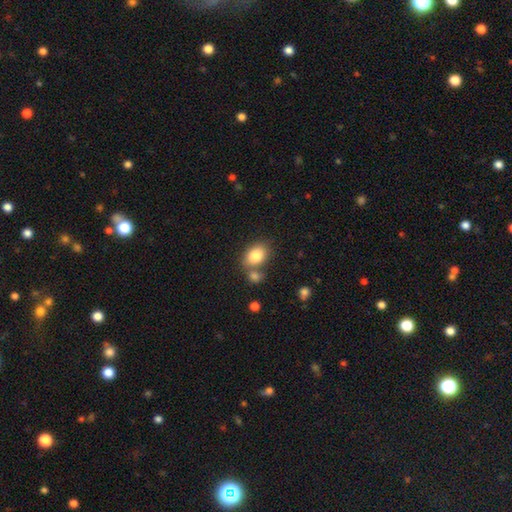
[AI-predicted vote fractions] The model was most divided on "merging": none: 58%, merger: 25%, minor disturbance: 13%, major disturbance: 4%. More confident: smooth or featured — smooth (82%); how rounded — in between (75%).